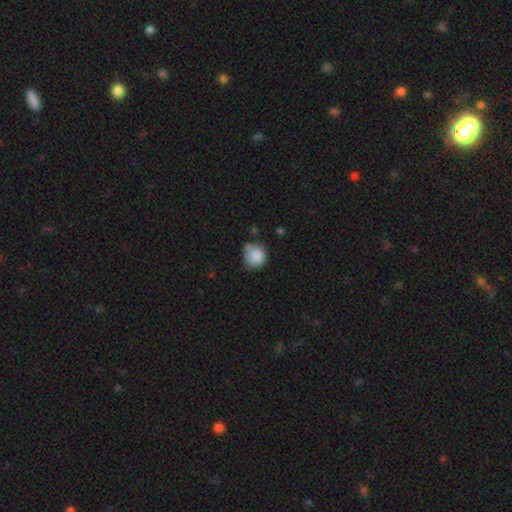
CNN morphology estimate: Smooth or featured? Predicted: smooth (p=0.85). How rounded? Predicted: round (p=0.86). Merging? Predicted: none (p=0.54).